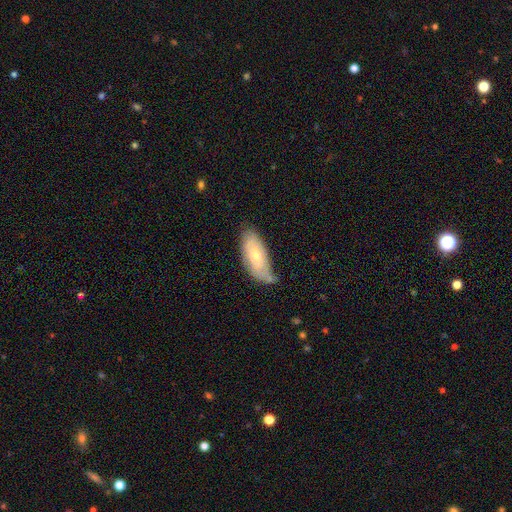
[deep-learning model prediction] smooth 59%, featured or disk 35%, star or artifact 6%. Down the decision tree: how rounded — in between (85%); merging — none (48%).